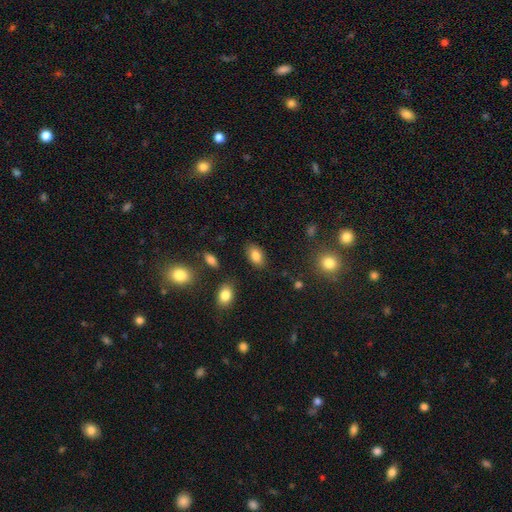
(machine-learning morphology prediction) smooth-or-featured: smooth: 83% | star or artifact: 9% | featured or disk: 8%
  how-rounded: in between: 91% | round: 7% | cigar-shaped: 2%
  merging: none: 84% | minor disturbance: 11% | major disturbance: 3% | merger: 2%